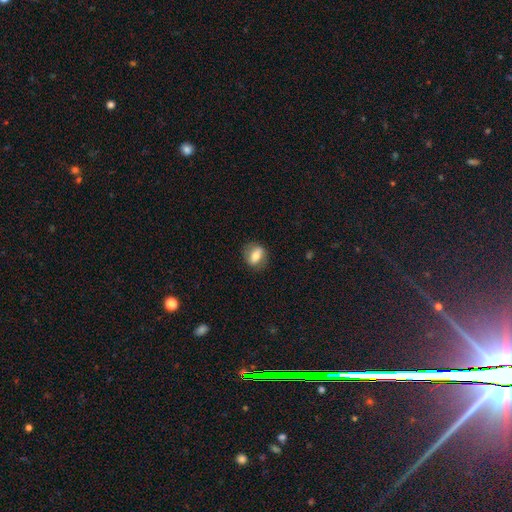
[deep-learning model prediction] The model was most divided on "smooth or featured": smooth: 60%, featured or disk: 32%, star or artifact: 8%. More confident: merging — none (80%); how rounded — in between (62%).